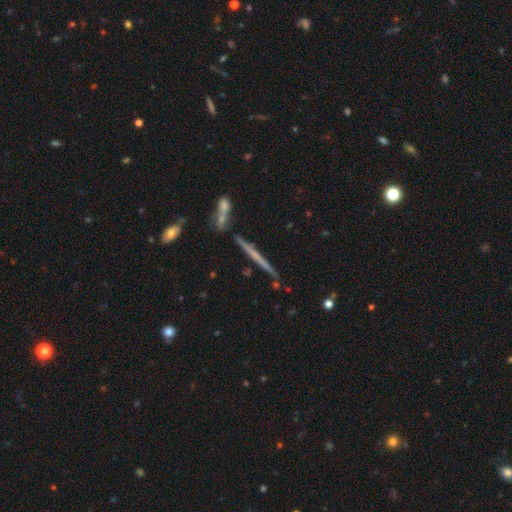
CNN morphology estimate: This is possibly a featured or disk galaxy (60%). It is clearly viewed edge-on (96%). Edge-on bulge: likely none (77%). Merging: likely none (78%).